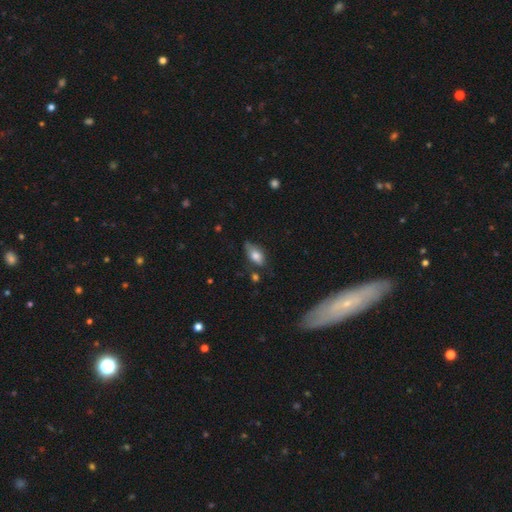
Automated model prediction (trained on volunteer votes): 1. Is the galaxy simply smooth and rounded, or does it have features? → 72% smooth, 20% featured or disk, 8% star or artifact.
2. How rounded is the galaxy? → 86% in between, 9% cigar-shaped, 5% round.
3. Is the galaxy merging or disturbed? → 54% none, 32% minor disturbance, 9% major disturbance, 5% merger.